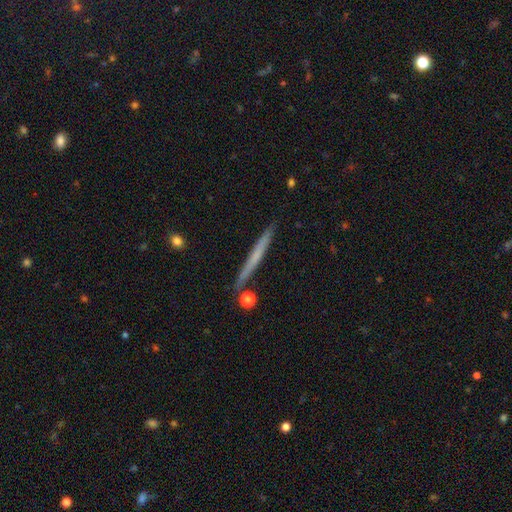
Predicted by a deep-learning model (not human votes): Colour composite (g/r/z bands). It shows a featured or disk galaxy (47%). Merging: none (88%).